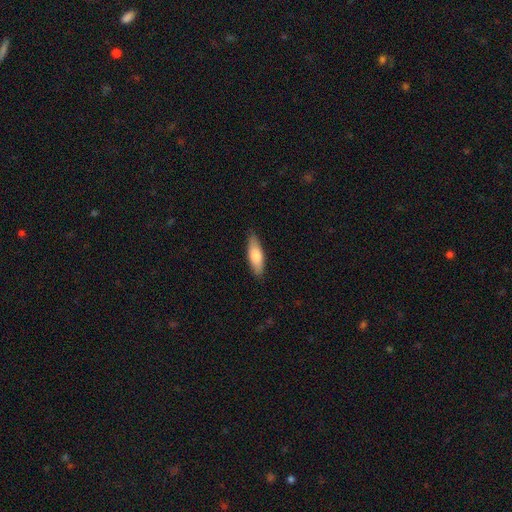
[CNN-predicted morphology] A smooth galaxy with no disk features (76%) that is in between round and cigar-shaped (59%). Merging: none (86%).